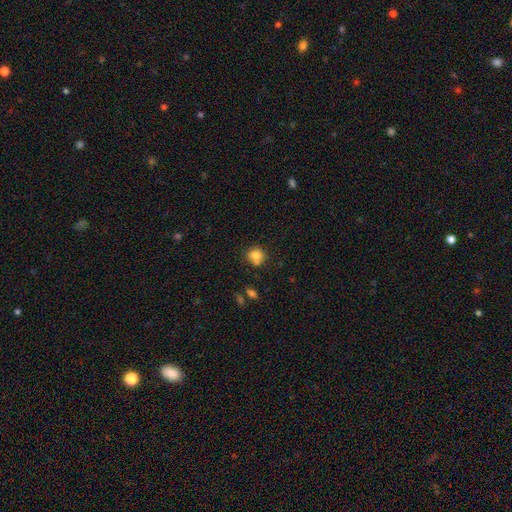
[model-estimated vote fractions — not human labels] Q: Smooth or featured?
A: smooth (79%); runner-up: star or artifact (11%)
Q: How rounded?
A: round (84%); runner-up: in between (15%)
Q: Merging?
A: none (63%); runner-up: merger (20%)